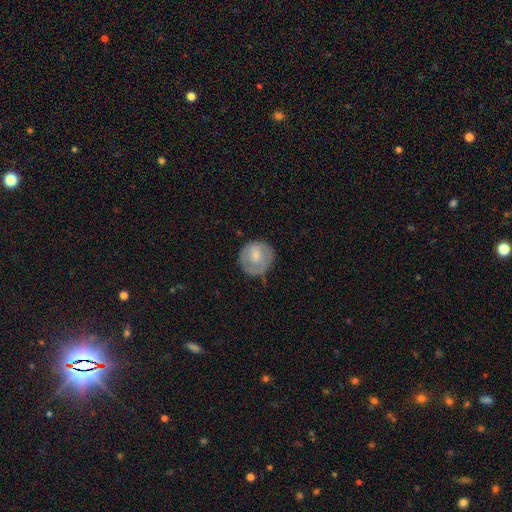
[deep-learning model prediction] This appears to be a smooth galaxy with no disk features (64%) that is round (88%). Merging: none (62%).